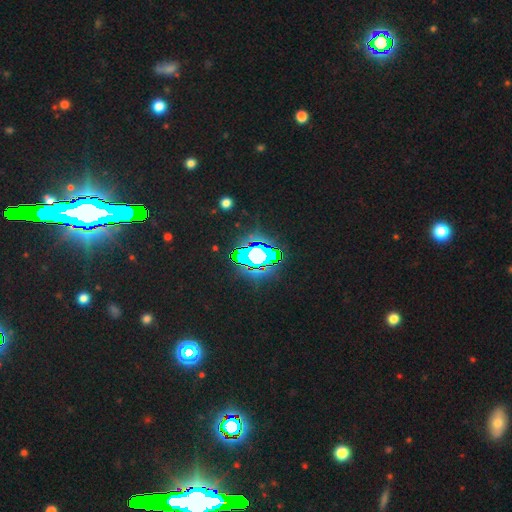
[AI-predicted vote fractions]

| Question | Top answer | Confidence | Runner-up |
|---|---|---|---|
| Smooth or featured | star or artifact | 64% | smooth (18%) |